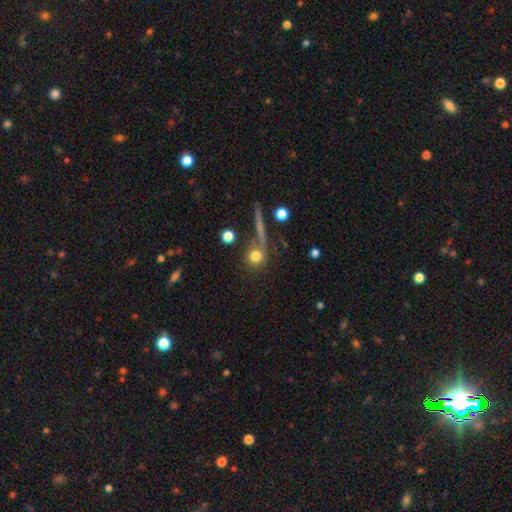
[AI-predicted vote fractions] Smooth or featured? Predicted: smooth (p=0.76). How rounded? Predicted: round (p=0.88). Merging? Predicted: none (p=0.66).